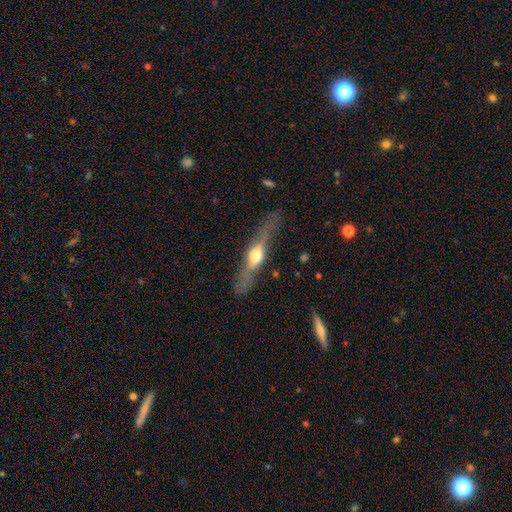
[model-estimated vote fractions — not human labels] Smooth or featured?
  - featured or disk: 70% *
  - smooth: 24%
  - star or artifact: 6%
Edge-on disk?
  - yes: 92% *
  - no: 8%
Edge-on bulge?
  - rounded: 93% *
  - boxy: 4%
  - none: 2%
Merging?
  - none: 77% *
  - minor disturbance: 14%
  - major disturbance: 6%
  - merger: 2%